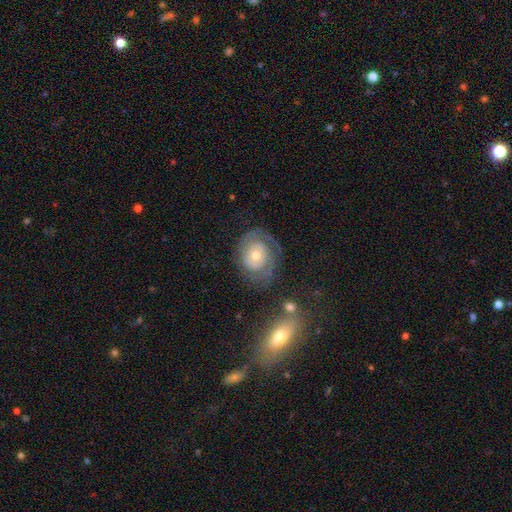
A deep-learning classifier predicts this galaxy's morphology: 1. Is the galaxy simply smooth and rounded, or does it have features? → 73% featured or disk, 20% smooth, 7% star or artifact.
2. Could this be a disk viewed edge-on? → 97% no, 3% yes.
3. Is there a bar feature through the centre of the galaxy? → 80% no, 16% weak, 4% strong.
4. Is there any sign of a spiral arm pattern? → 86% yes, 14% no.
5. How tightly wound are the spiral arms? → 67% tight, 24% medium, 8% loose.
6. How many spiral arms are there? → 47% 2, 23% can't tell, 20% 1, 6% 3, 2% 4, 2% more than 4.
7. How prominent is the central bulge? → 52% moderate, 42% small, 4% large, 1% none, 1% dominant.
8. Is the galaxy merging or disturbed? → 66% none, 18% minor disturbance, 13% major disturbance, 4% merger.